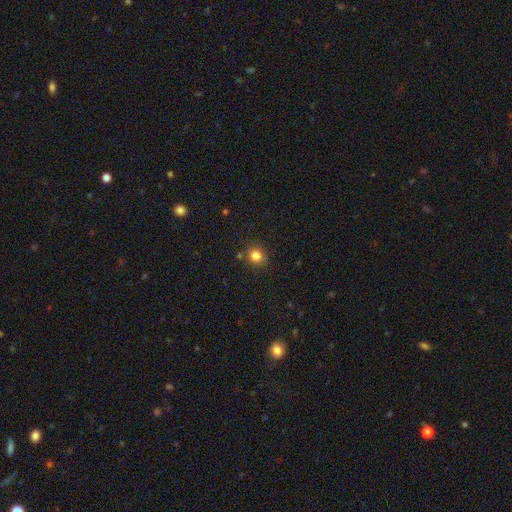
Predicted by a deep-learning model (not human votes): Smooth or featured? smooth (81%)
How rounded? round (84%)
Merging? none (83%)